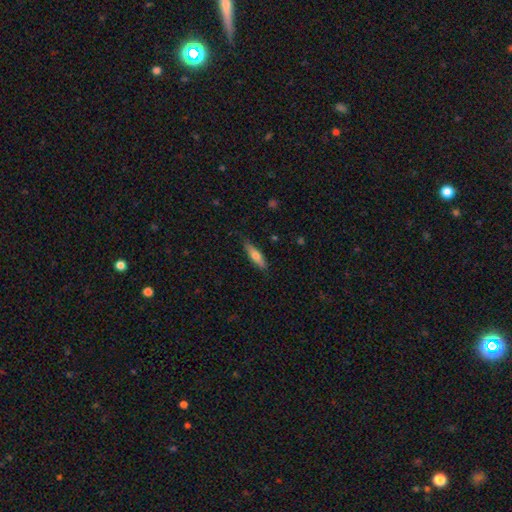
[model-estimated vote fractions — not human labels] Smooth or featured? smooth (60%)
How rounded? cigar-shaped (64%)
Merging? none (81%)